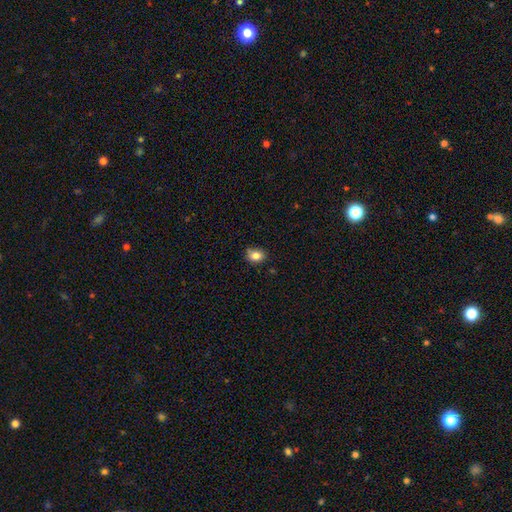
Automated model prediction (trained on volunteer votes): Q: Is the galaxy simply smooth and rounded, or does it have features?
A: smooth — 83%.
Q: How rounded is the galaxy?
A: in between — 57%.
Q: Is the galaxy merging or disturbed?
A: none — 74%.